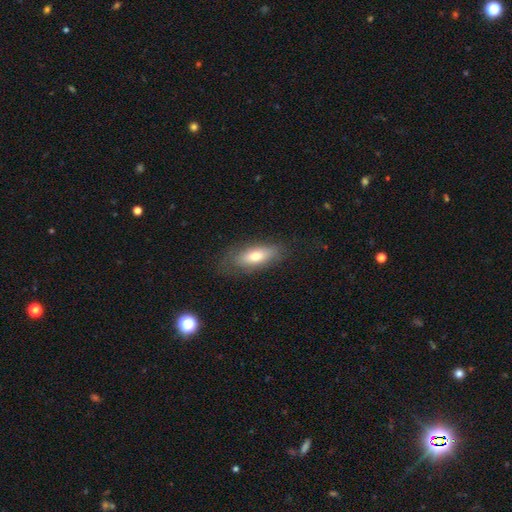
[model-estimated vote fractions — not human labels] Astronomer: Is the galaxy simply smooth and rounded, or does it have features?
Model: smooth — 68%.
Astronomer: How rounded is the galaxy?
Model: in between — 75%.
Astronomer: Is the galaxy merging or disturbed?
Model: none — 76%.